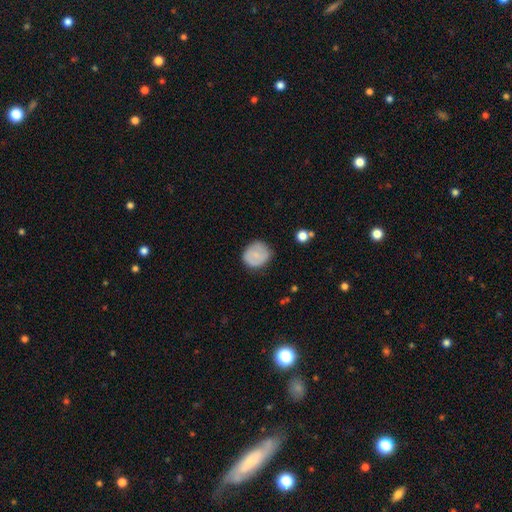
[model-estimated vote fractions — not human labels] A smooth galaxy with no disk features (72%) that is round (80%).

Vote fractions:
- Smooth or featured? smooth: 72% / featured or disk: 21% / star or artifact: 7%
- How rounded? round: 80% / in between: 19% / cigar-shaped: 1%
- Merging? none: 76% / minor disturbance: 18% / major disturbance: 5% / merger: 2%